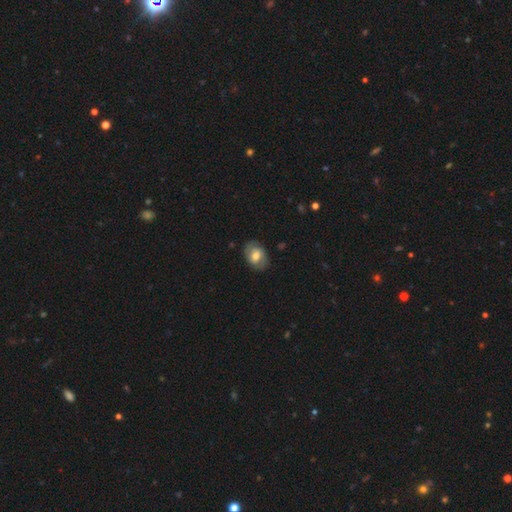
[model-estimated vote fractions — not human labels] Smooth or featured?
  - smooth: 52% *
  - featured or disk: 41%
  - star or artifact: 7%
How rounded?
  - in between: 71% *
  - round: 28%
  - cigar-shaped: 1%
Merging?
  - none: 80% *
  - minor disturbance: 14%
  - major disturbance: 5%
  - merger: 1%